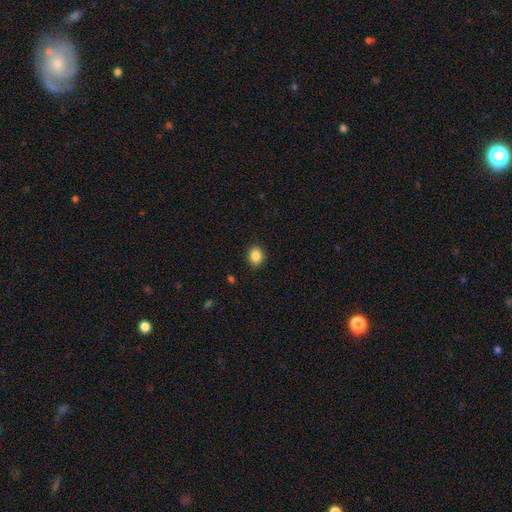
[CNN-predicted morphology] smooth-or-featured: smooth: 87% | star or artifact: 9% | featured or disk: 4%
  how-rounded: in between: 52% | round: 47% | cigar-shaped: 1%
  merging: none: 89% | minor disturbance: 8% | major disturbance: 2% | merger: 1%